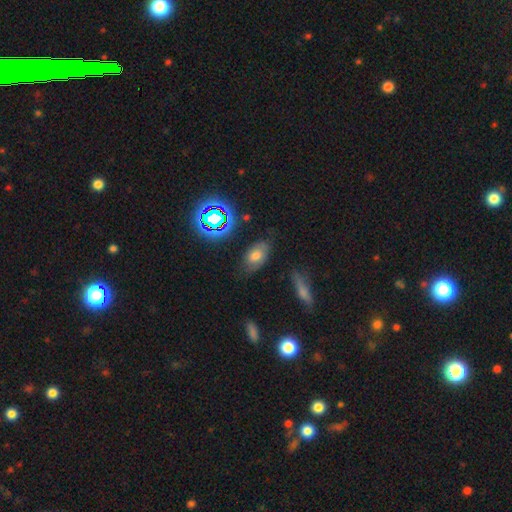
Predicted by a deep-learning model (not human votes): Smooth or featured? smooth (57%)
How rounded? in between (89%)
Merging? none (71%)